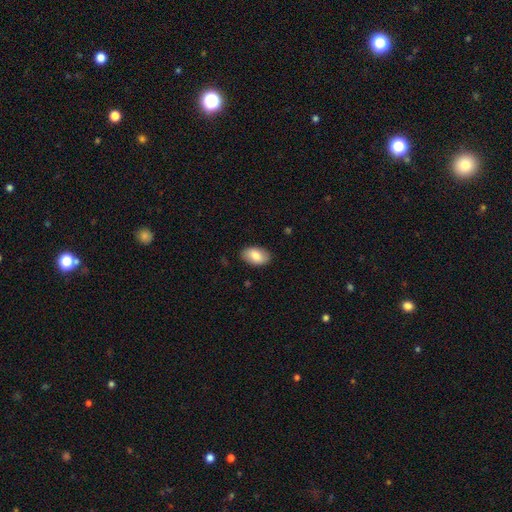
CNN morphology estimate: Smooth or featured?
  - smooth: 84% *
  - featured or disk: 10%
  - star or artifact: 6%
How rounded?
  - in between: 93% *
  - round: 6%
  - cigar-shaped: 1%
Merging?
  - none: 86% *
  - minor disturbance: 11%
  - major disturbance: 2%
  - merger: 1%